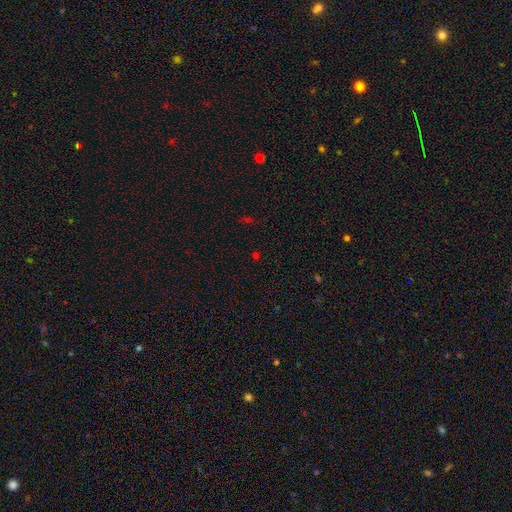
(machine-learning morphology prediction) star or artifact 57%, smooth 36%, featured or disk 6%.